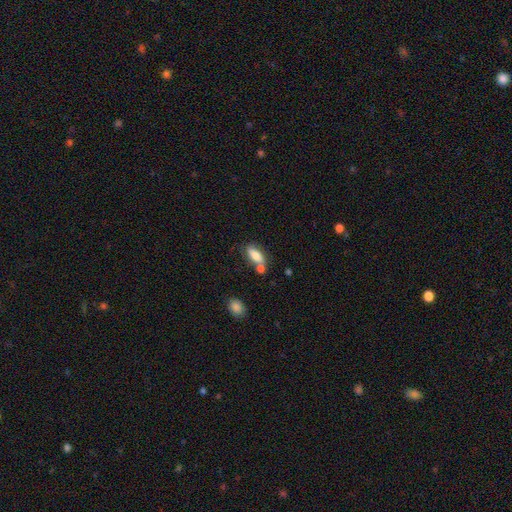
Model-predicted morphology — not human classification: A smooth galaxy with no disk features (74%) that is in between round and cigar-shaped (81%).

Vote fractions:
- Smooth or featured? smooth: 74% / featured or disk: 18% / star or artifact: 8%
- How rounded? in between: 81% / cigar-shaped: 15% / round: 4%
- Merging? none: 51% / merger: 25% / minor disturbance: 18% / major disturbance: 6%